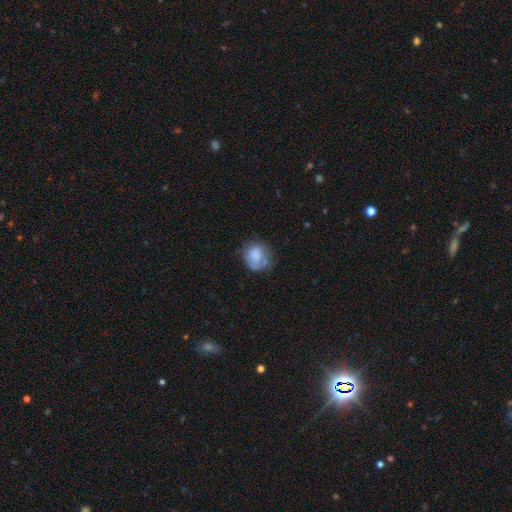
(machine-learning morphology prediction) smooth 70%, featured or disk 21%, star or artifact 9%. Down the decision tree: how rounded — round (67%); merging — none (48%).